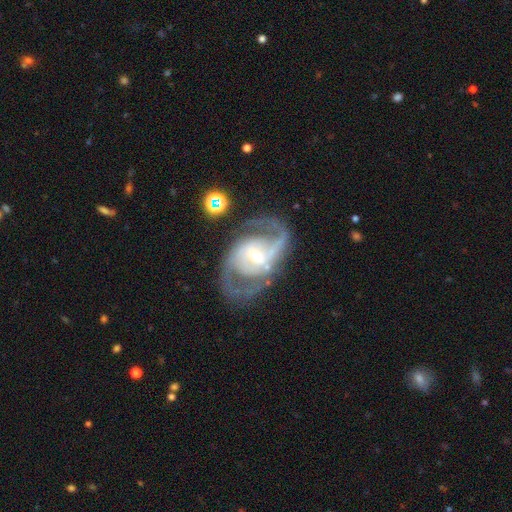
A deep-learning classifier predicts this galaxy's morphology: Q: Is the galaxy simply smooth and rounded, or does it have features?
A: featured or disk — 89%.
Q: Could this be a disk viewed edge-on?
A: no — 97%.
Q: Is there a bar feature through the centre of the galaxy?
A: weak — 45%.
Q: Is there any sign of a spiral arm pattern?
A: yes — 95%.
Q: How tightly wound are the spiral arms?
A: medium — 58%.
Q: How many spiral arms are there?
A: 2 — 88%.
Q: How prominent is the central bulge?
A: small — 47%, tied with moderate.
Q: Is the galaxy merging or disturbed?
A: none — 72%.